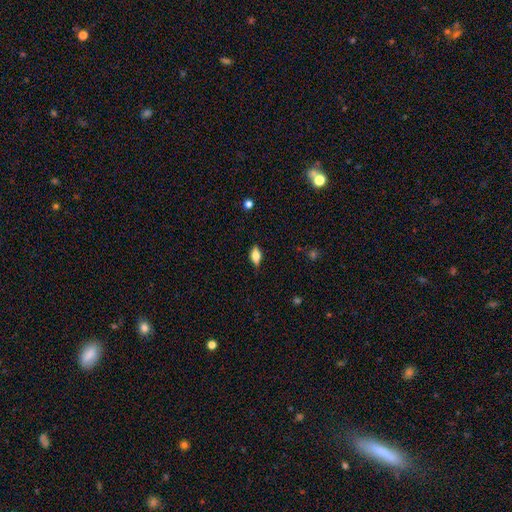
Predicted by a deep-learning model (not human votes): A smooth galaxy with no disk features (67%) that is in between round and cigar-shaped (84%).

Vote fractions:
- Smooth or featured? smooth: 67% / featured or disk: 25% / star or artifact: 8%
- How rounded? in between: 84% / cigar-shaped: 11% / round: 6%
- Merging? none: 82% / minor disturbance: 14% / major disturbance: 3% / merger: 1%